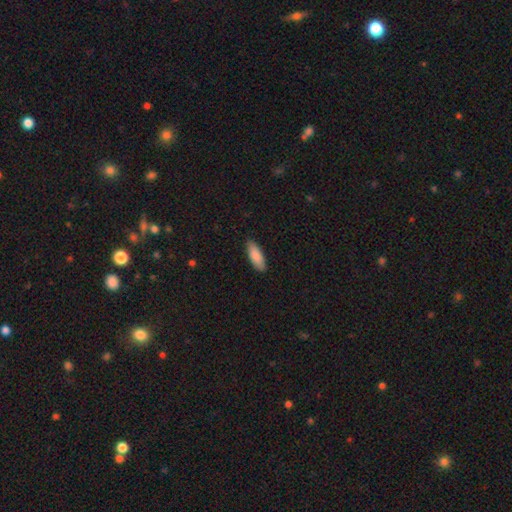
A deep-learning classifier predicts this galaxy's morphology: smooth 88%, featured or disk 7%, star or artifact 5%. Down the decision tree: how rounded — in between (68%); merging — none (88%).